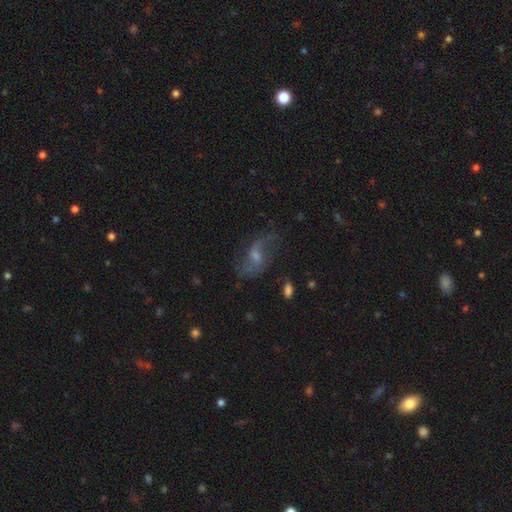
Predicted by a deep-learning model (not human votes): A featured or disk galaxy (70%) with no bar (50%), 2 (83%) loose (69%) spiral arms (88%) and a small central bulge (49%).

Vote fractions:
- Smooth or featured? featured or disk: 70% / smooth: 17% / star or artifact: 13%
- Edge-on disk? no: 95% / yes: 5%
- Bar? no: 50% / weak: 41% / strong: 10%
- Spiral arms? yes: 88% / no: 12%
- Spiral winding? loose: 69% / medium: 24% / tight: 7%
- Spiral arm count? 2: 83% / can't tell: 8% / 1: 5% / 3: 2% / 4: 1% / more than 4: 1%
- Bulge size? small: 49% / moderate: 41% / none: 6% / large: 3% / dominant: 1%
- Merging? none: 65% / minor disturbance: 19% / major disturbance: 14% / merger: 2%